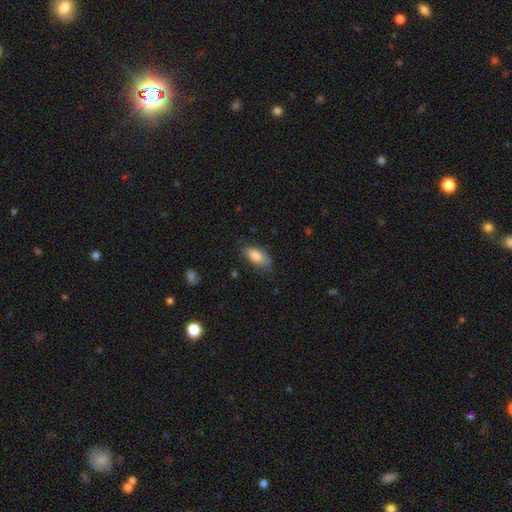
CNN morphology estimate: smooth-or-featured: smooth: 81% | featured or disk: 13% | star or artifact: 7%
  how-rounded: in between: 89% | cigar-shaped: 8% | round: 3%
  merging: none: 67% | minor disturbance: 26% | major disturbance: 6% | merger: 2%